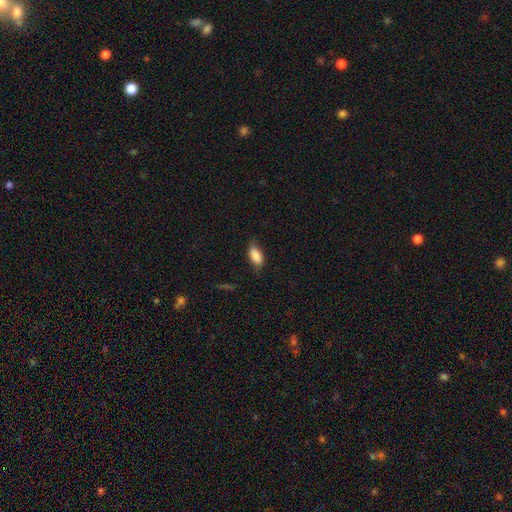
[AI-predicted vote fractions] A smooth galaxy with no disk features (86%) that is in between round and cigar-shaped (89%).

Vote fractions:
- Smooth or featured? smooth: 86% / featured or disk: 7% / star or artifact: 7%
- How rounded? in between: 89% / cigar-shaped: 8% / round: 3%
- Merging? none: 69% / minor disturbance: 24% / major disturbance: 6% / merger: 1%